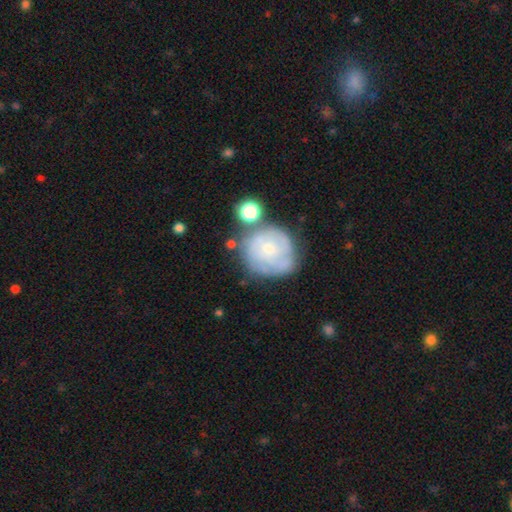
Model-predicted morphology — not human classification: Smooth or featured? featured or disk (57%)
Edge-on disk? no (97%)
Bar? no (81%)
Spiral arms? yes (62%)
Bulge size? small (61%)
Merging? none (57%)